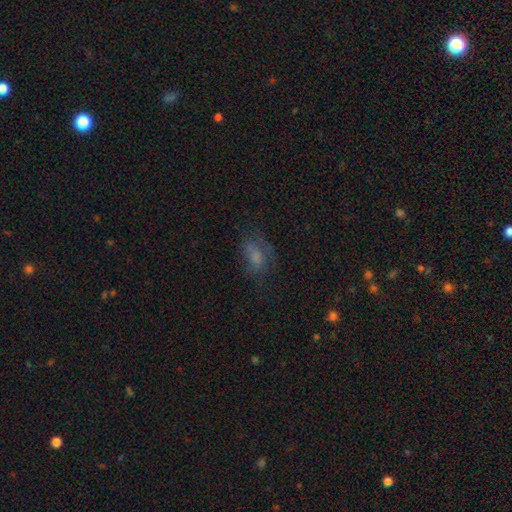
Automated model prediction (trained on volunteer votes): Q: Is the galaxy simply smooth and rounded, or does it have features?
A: smooth — 52%.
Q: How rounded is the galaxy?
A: in between — 80%.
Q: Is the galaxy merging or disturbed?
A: none — 51%.